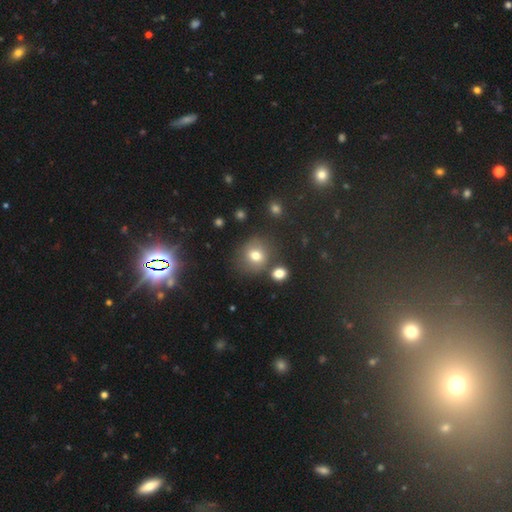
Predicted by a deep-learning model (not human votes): A smooth galaxy with no disk features (73%) that is round (79%).

Vote fractions:
- Smooth or featured? smooth: 73% / star or artifact: 15% / featured or disk: 12%
- How rounded? round: 79% / in between: 20% / cigar-shaped: 1%
- Merging? none: 72% / minor disturbance: 13% / merger: 10% / major disturbance: 5%